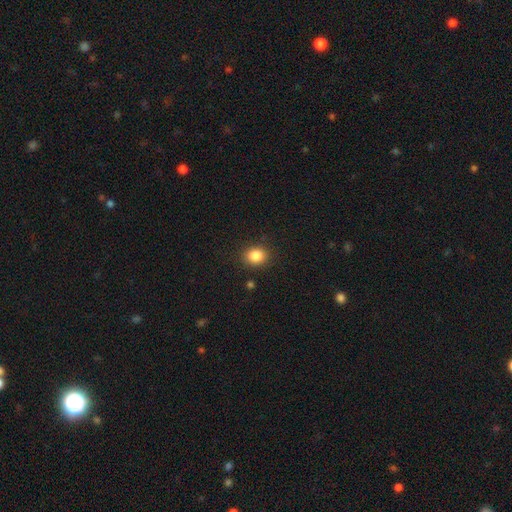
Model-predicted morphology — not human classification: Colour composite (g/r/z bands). It shows a smooth galaxy with no disk features (85%) that is round (68%). Merging: none (88%).